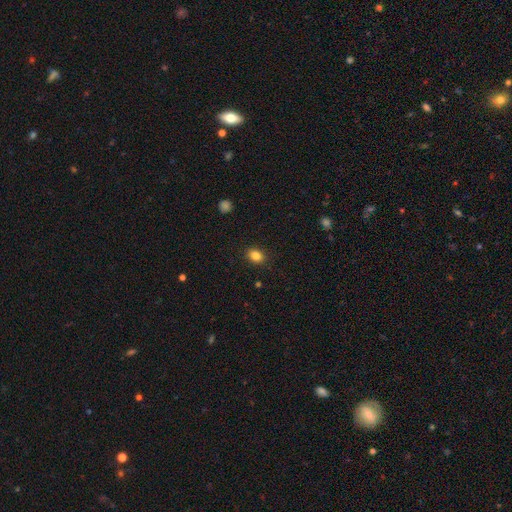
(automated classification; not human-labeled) smooth_or_featured: smooth (p=0.84) [alt: star or artifact p=0.11]
how_rounded: in between (p=0.62) [alt: round p=0.37]
merging: none (p=0.89) [alt: minor disturbance p=0.08]